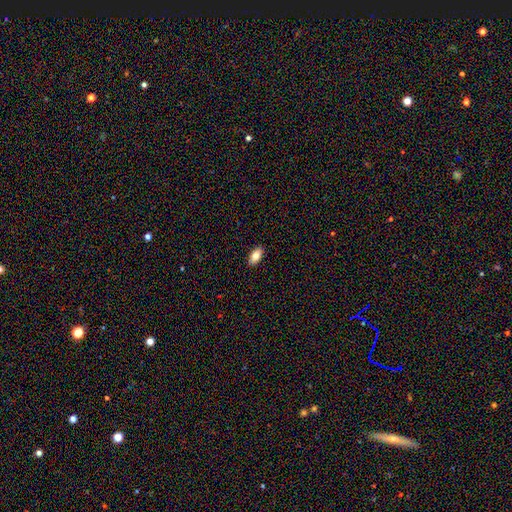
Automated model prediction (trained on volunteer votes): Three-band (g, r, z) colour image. It shows a smooth galaxy with no disk features (80%) that is in between round and cigar-shaped (91%). Merging: none (90%).